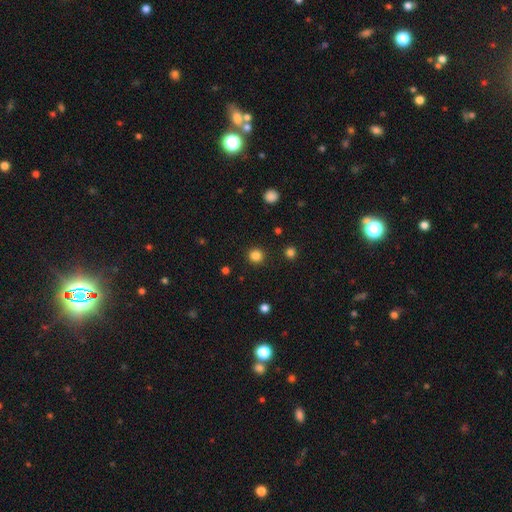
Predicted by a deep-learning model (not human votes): Q: Smooth or featured?
A: smooth (84%); runner-up: star or artifact (13%)
Q: How rounded?
A: round (95%); runner-up: in between (5%)
Q: Merging?
A: none (92%); runner-up: minor disturbance (5%)